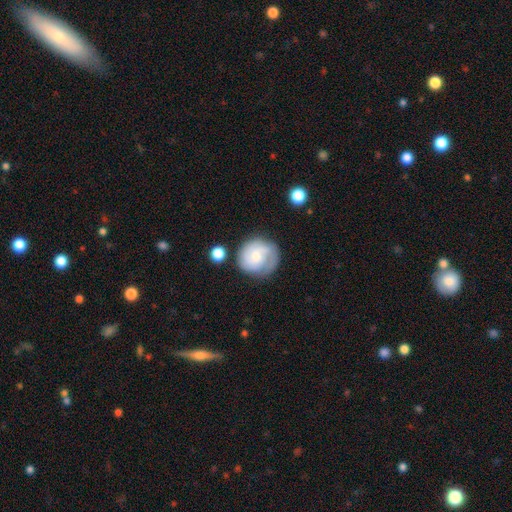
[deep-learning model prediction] Smooth or featured? featured or disk (51%)
Edge-on disk? no (98%)
Bar? no (61%)
Spiral arms? yes (84%)
Bulge size? small (46%)
Merging? none (64%)